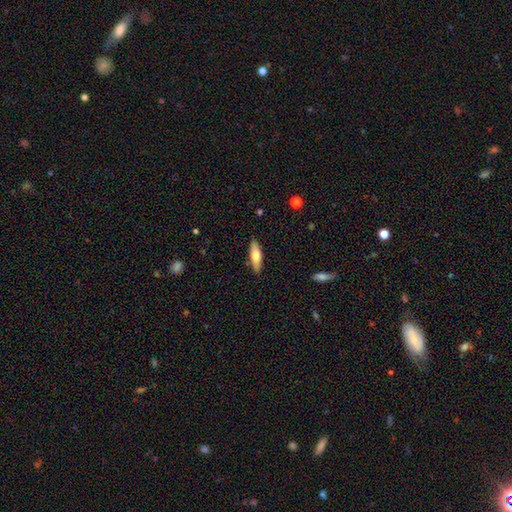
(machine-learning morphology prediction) type=smooth (65%); roundness=cigar-shaped (52%); merging=none (87%).